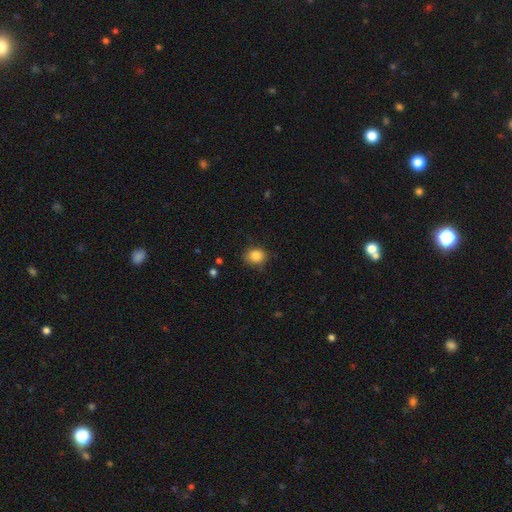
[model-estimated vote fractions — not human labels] A smooth galaxy with no disk features (86%) that is round (71%).

Vote fractions:
- Smooth or featured? smooth: 86% / star or artifact: 10% / featured or disk: 5%
- How rounded? round: 71% / in between: 28% / cigar-shaped: 1%
- Merging? none: 80% / minor disturbance: 15% / major disturbance: 3% / merger: 1%